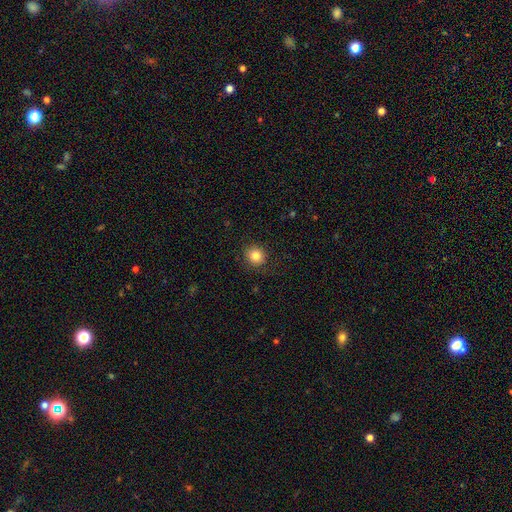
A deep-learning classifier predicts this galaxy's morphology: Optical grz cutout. It shows a smooth galaxy with no disk features (83%) that is round (89%). Merging: none (88%).